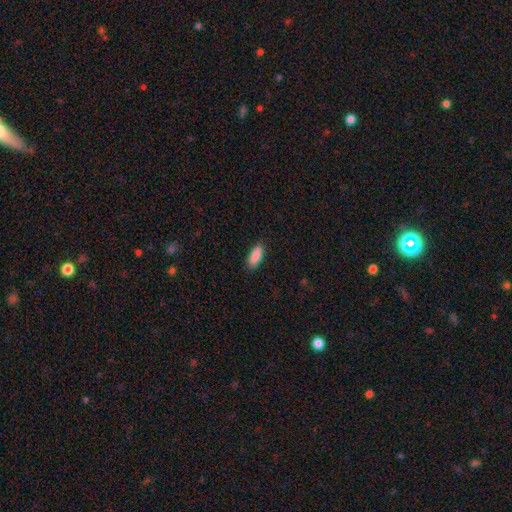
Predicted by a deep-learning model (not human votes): Smooth or featured: smooth — 90% (star or artifact — 6%)
How rounded: in between — 76% (cigar-shaped — 22%)
Merging: none — 88% (minor disturbance — 9%)